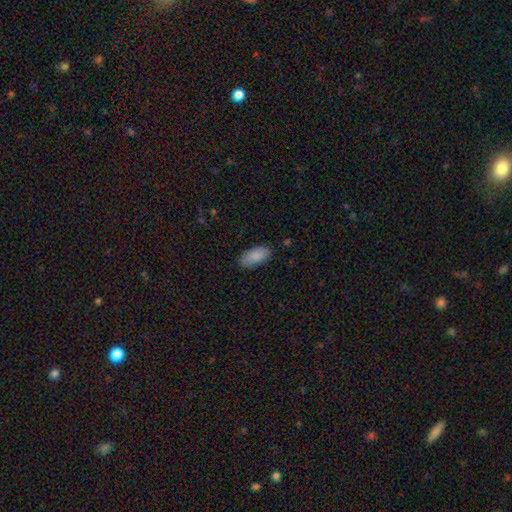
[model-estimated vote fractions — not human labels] A smooth galaxy with no disk features (89%) that is in between round and cigar-shaped (91%).

Vote fractions:
- Smooth or featured? smooth: 89% / star or artifact: 6% / featured or disk: 5%
- How rounded? in between: 91% / cigar-shaped: 7% / round: 2%
- Merging? none: 85% / minor disturbance: 12% / major disturbance: 2% / merger: 1%